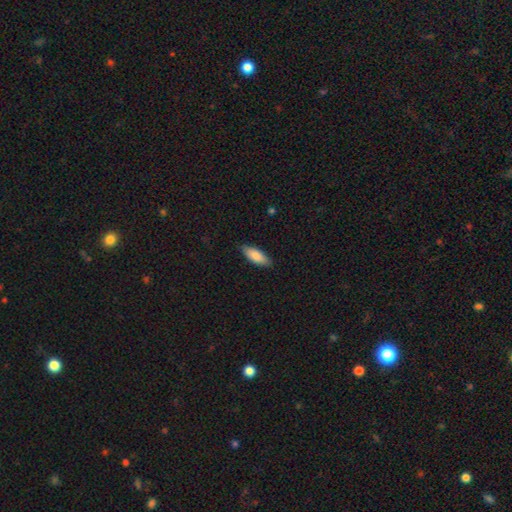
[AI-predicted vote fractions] Morphology: type=smooth (83%); roundness=in between (74%); merging=none (84%).